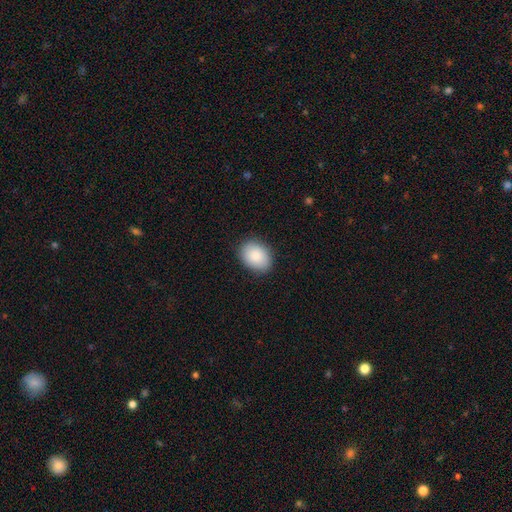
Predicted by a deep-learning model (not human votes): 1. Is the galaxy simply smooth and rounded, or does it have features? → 89% smooth, 6% star or artifact, 5% featured or disk.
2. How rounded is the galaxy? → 70% in between, 29% round, 1% cigar-shaped.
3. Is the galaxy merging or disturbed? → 88% none, 9% minor disturbance, 2% major disturbance, 1% merger.